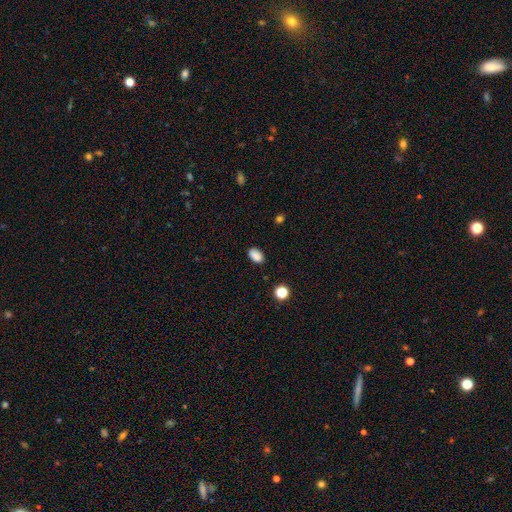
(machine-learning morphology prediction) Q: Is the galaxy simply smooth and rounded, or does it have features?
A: smooth — 86%.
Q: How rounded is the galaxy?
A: in between — 87%.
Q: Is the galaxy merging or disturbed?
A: none — 85%.